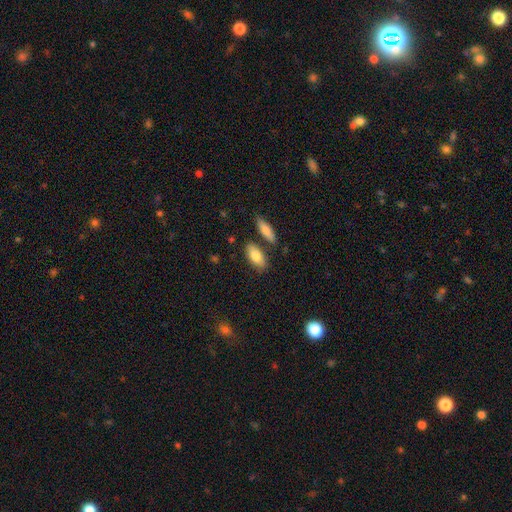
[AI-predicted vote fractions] smooth_or_featured: smooth (p=0.82) [alt: featured or disk p=0.12]
how_rounded: in between (p=0.86) [alt: cigar-shaped p=0.11]
merging: none (p=0.75) [alt: minor disturbance p=0.12]